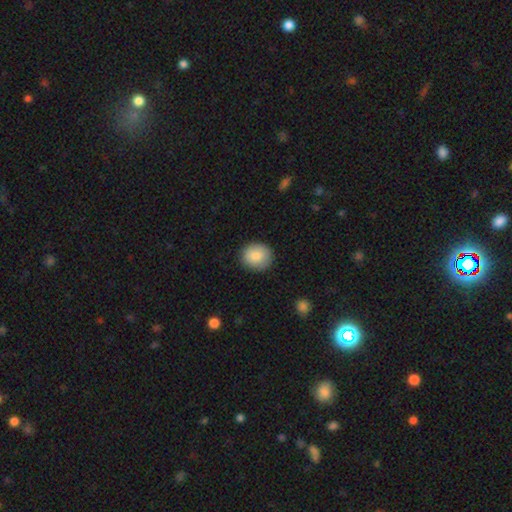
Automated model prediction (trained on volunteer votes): The model was most divided on "how rounded": round: 79%, in between: 20%, cigar-shaped: 1%. More confident: merging — none (87%); smooth or featured — smooth (86%).